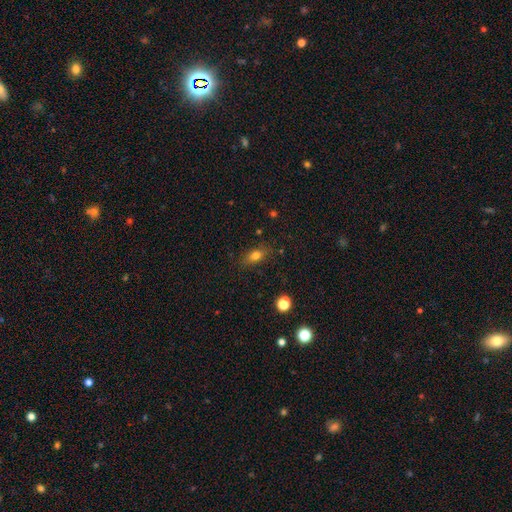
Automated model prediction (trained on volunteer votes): Smooth or featured? smooth (75%)
How rounded? in between (74%)
Merging? none (81%)